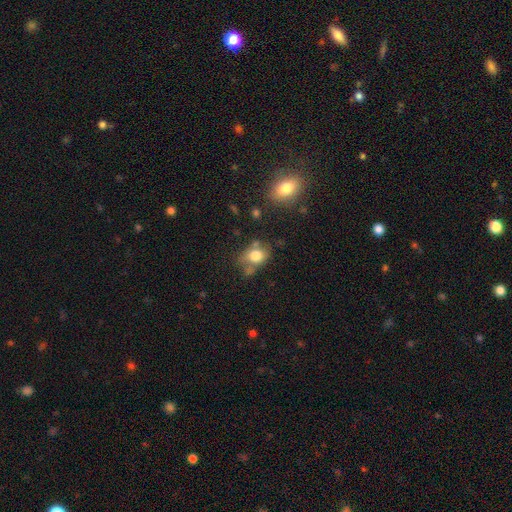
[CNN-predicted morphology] smooth 76%, featured or disk 14%, star or artifact 10%. Down the decision tree: how rounded — in between (55%); merging — none (49%).